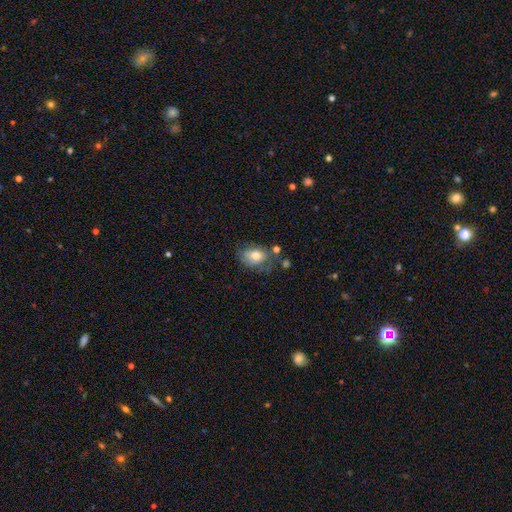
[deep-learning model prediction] Smooth or featured? smooth (68%)
How rounded? in between (77%)
Merging? none (48%)